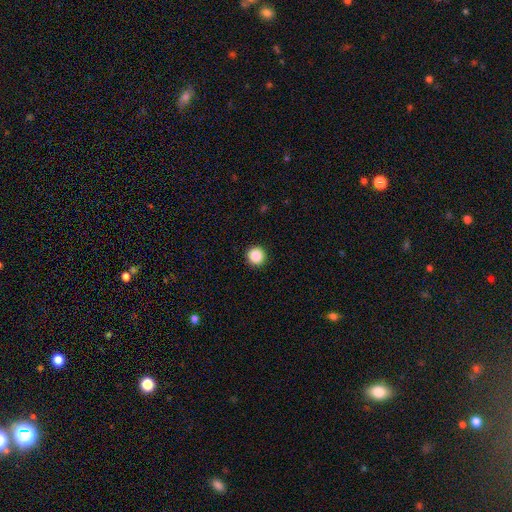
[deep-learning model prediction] Smooth or featured? Predicted: smooth (p=0.87). How rounded? Predicted: round (p=0.96). Merging? Predicted: none (p=0.93).